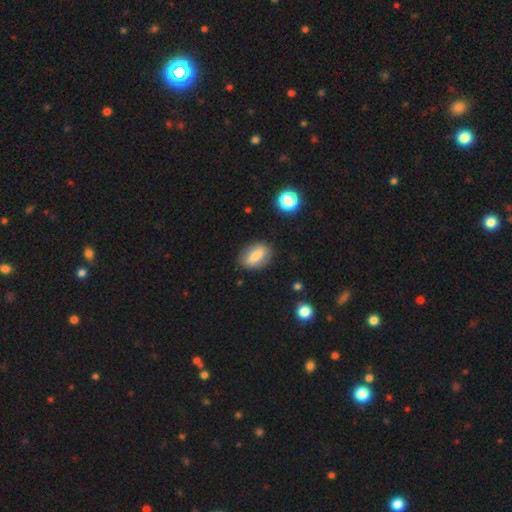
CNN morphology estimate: Smooth or featured? smooth (73%)
How rounded? in between (84%)
Merging? none (82%)